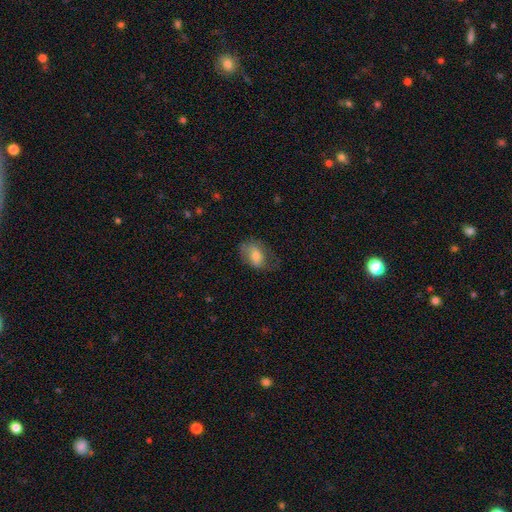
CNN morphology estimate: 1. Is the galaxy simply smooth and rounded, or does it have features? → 67% smooth, 26% featured or disk, 8% star or artifact.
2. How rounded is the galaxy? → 83% in between, 16% round, 2% cigar-shaped.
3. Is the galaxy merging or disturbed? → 56% none, 27% minor disturbance, 15% major disturbance, 1% merger.